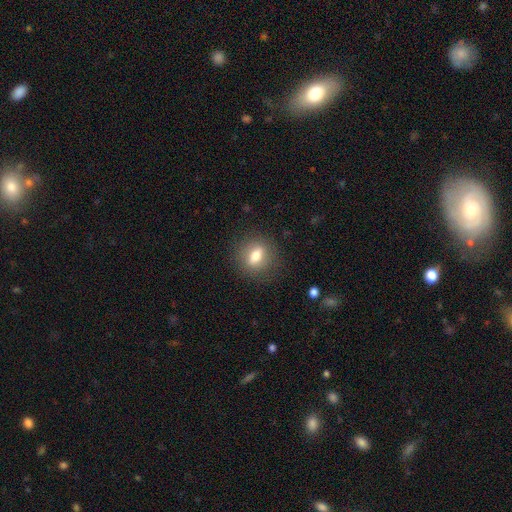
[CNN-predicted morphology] A smooth galaxy with no disk features (69%) that is round (51%). Merging: none (85%).